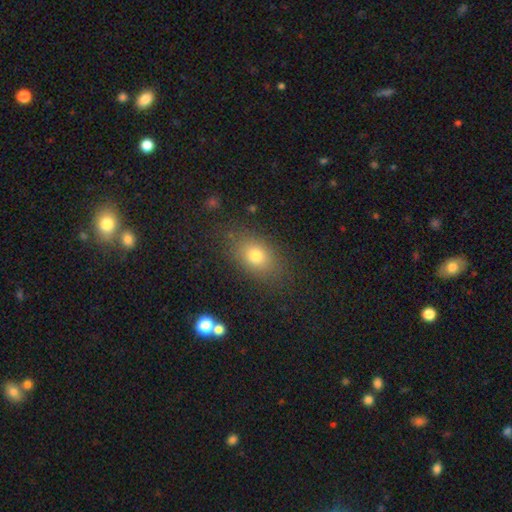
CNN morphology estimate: Smooth or featured?
  - smooth: 76% *
  - star or artifact: 12%
  - featured or disk: 12%
How rounded?
  - in between: 75% *
  - round: 23%
  - cigar-shaped: 2%
Merging?
  - none: 80% *
  - minor disturbance: 13%
  - major disturbance: 5%
  - merger: 2%